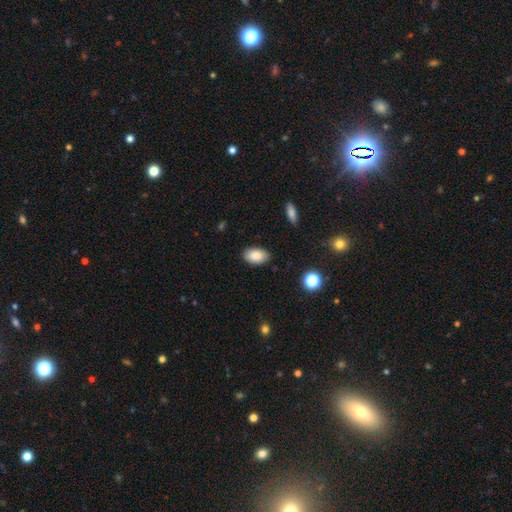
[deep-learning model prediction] Smooth or featured: smooth — 87% (star or artifact — 8%)
How rounded: in between — 93% (round — 6%)
Merging: none — 87% (minor disturbance — 10%)